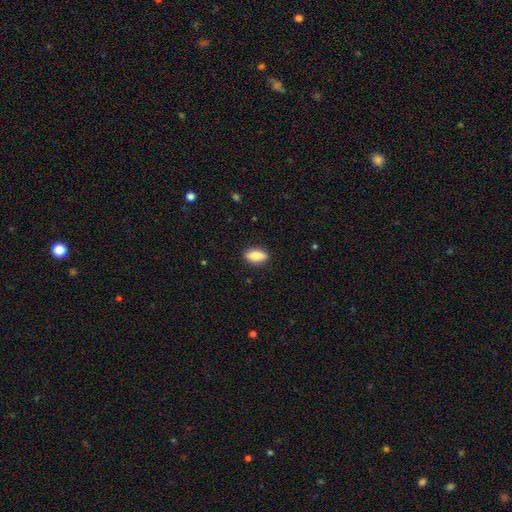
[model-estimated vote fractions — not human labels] smooth-or-featured: smooth: 74% | featured or disk: 19% | star or artifact: 7%
  how-rounded: in between: 83% | cigar-shaped: 11% | round: 6%
  merging: none: 88% | minor disturbance: 9% | major disturbance: 2% | merger: 1%